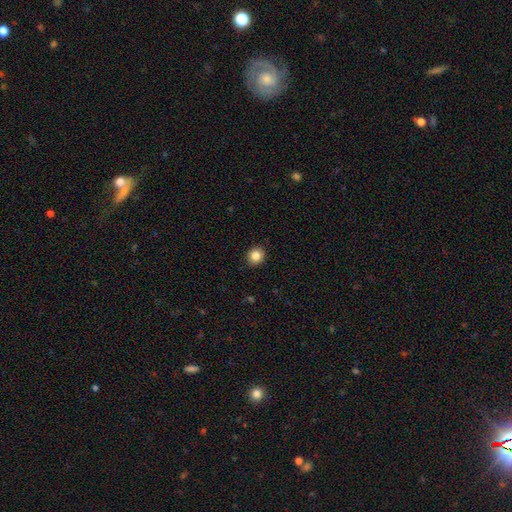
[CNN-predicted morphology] smooth 85%, star or artifact 10%, featured or disk 6%. Down the decision tree: how rounded — round (81%); merging — none (91%).